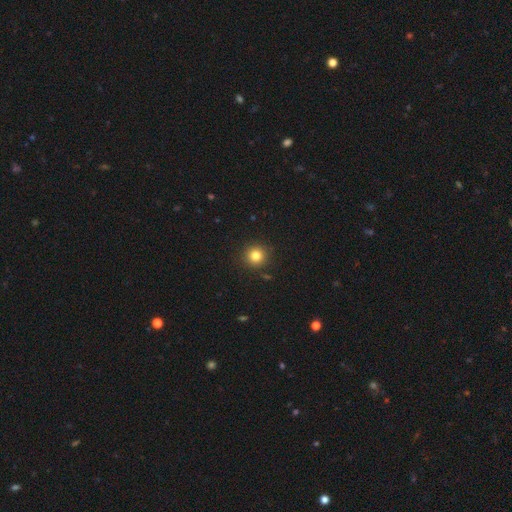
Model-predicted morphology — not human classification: Smooth or featured: smooth — 82% (star or artifact — 12%)
How rounded: round — 94% (in between — 5%)
Merging: none — 91% (minor disturbance — 6%)